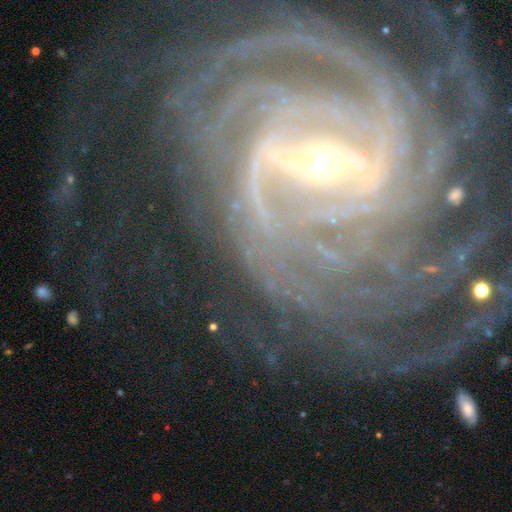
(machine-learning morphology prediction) featured or disk 91%, star or artifact 6%, smooth 3%. Down the decision tree: edge-on disk — no (97%); bar — strong (63%); spiral arms — yes (98%); spiral arm count — more than 4 (26%); spiral winding — tight (66%); bulge size — small (74%); merging — none (67%).